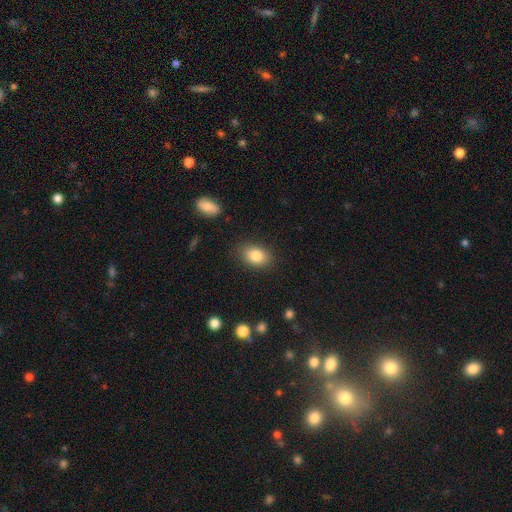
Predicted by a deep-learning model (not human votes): Smooth or featured? Predicted: smooth (p=0.84). How rounded? Predicted: in between (p=0.80). Merging? Predicted: none (p=0.84).